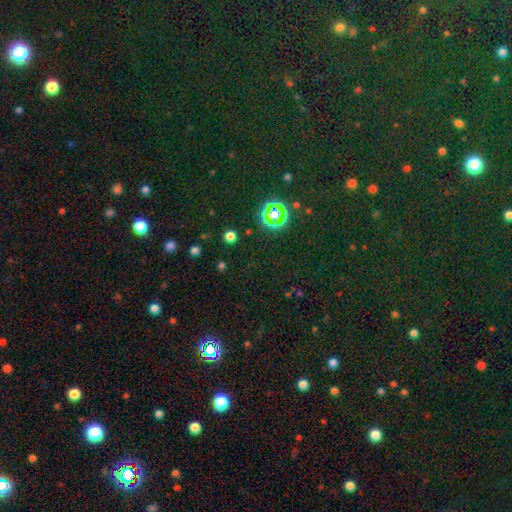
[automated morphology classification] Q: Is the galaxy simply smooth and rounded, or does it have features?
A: star or artifact — 58%.